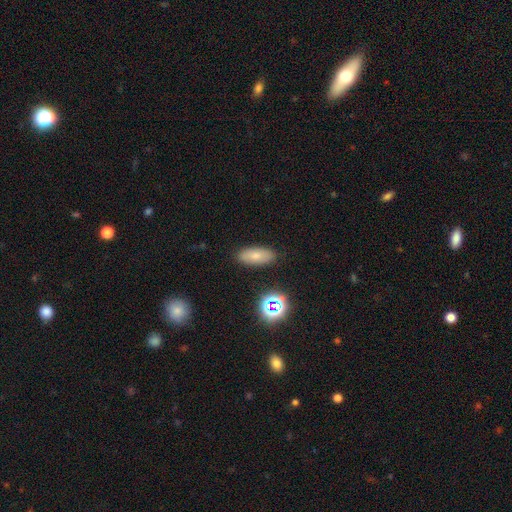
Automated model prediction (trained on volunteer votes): This is likely a smooth galaxy (73%). How rounded: likely in between (80%). Merging: clearly none (87%).